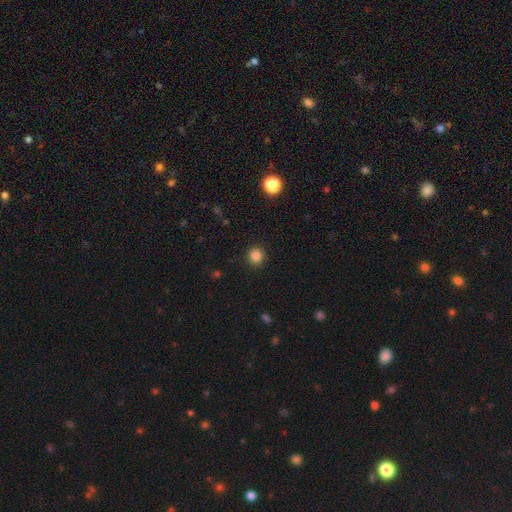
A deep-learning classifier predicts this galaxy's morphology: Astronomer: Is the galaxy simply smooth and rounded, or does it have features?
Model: smooth — 85%.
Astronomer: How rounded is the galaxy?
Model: round — 88%.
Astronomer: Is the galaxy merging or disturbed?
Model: none — 91%.